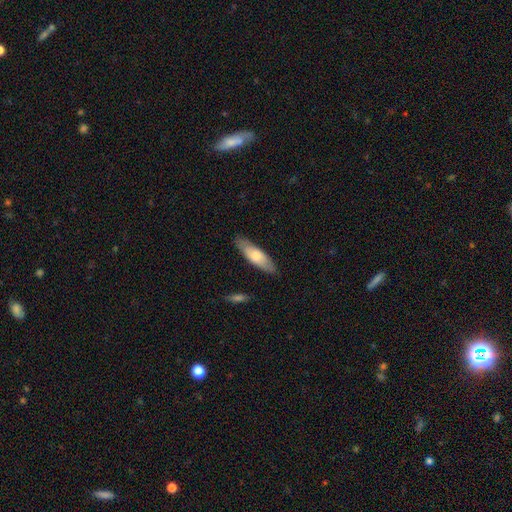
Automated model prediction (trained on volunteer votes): This appears to be a smooth galaxy with no disk features (68%) that is cigar-shaped (50%). Merging: none (84%).